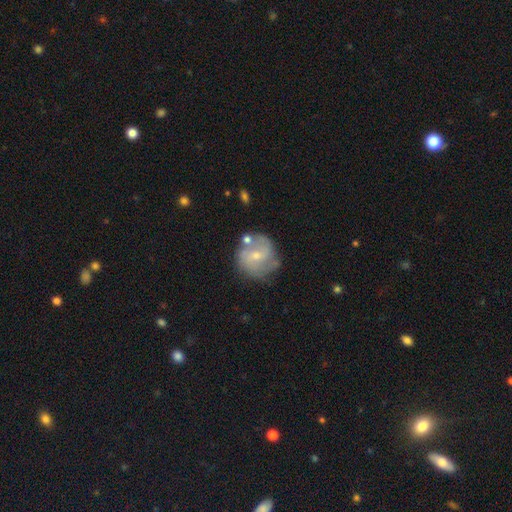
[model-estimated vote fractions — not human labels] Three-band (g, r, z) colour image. It shows a featured or disk galaxy (63%) with a weak bar (47%), spiral arms (78%) and a small central bulge (67%). Merging: none (60%).